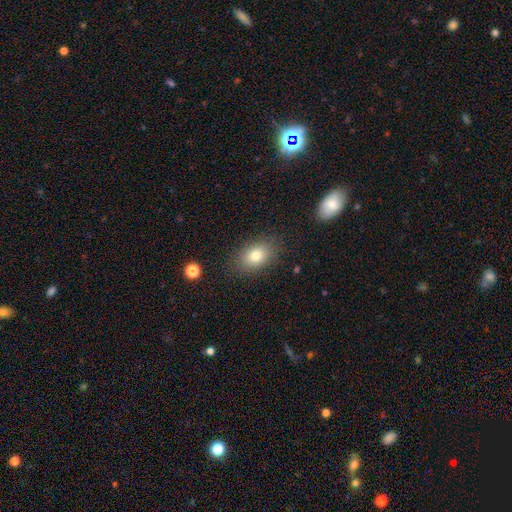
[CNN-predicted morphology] This appears to be a smooth galaxy with no disk features (79%) that is in between round and cigar-shaped (80%). Merging: none (84%).